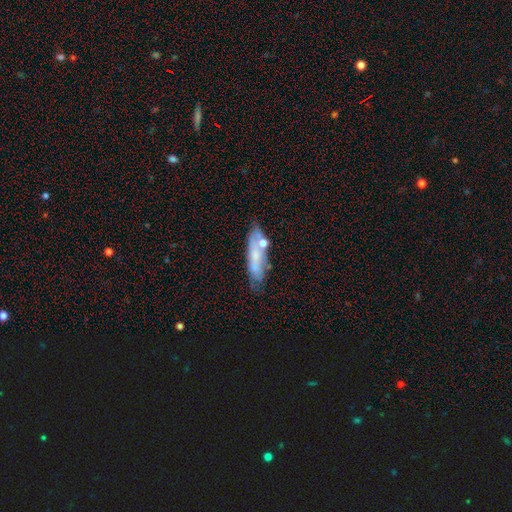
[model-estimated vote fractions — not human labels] smooth-or-featured: smooth: 54% | featured or disk: 37% | star or artifact: 9%
  how-rounded: cigar-shaped: 59% | in between: 38% | round: 3%
  merging: none: 58% | minor disturbance: 22% | merger: 12% | major disturbance: 7%